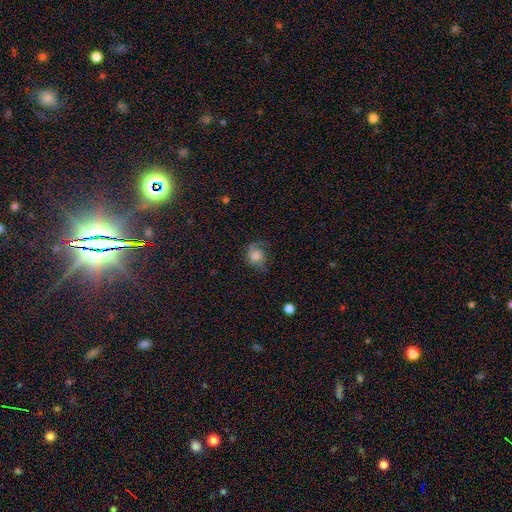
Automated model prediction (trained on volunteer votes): smooth_or_featured: smooth (p=0.71) [alt: featured or disk p=0.18]
how_rounded: round (p=0.69) [alt: in between p=0.30]
merging: none (p=0.51) [alt: minor disturbance p=0.30]